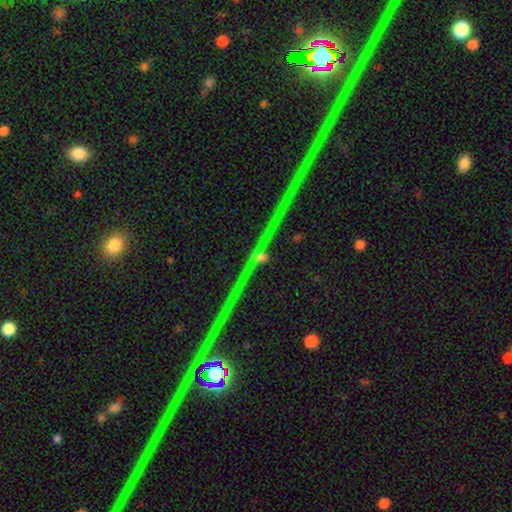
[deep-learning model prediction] This is clearly a star or artifact rather than a galaxy (82%).